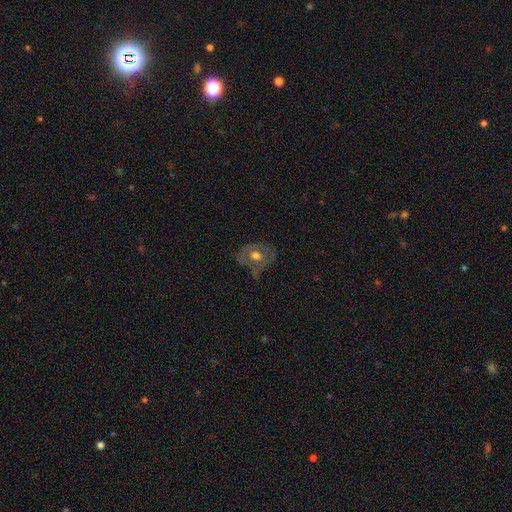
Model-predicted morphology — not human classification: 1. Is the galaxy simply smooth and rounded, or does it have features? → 49% featured or disk, 42% smooth, 8% star or artifact.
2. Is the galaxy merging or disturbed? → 51% none, 28% minor disturbance, 17% major disturbance, 4% merger.